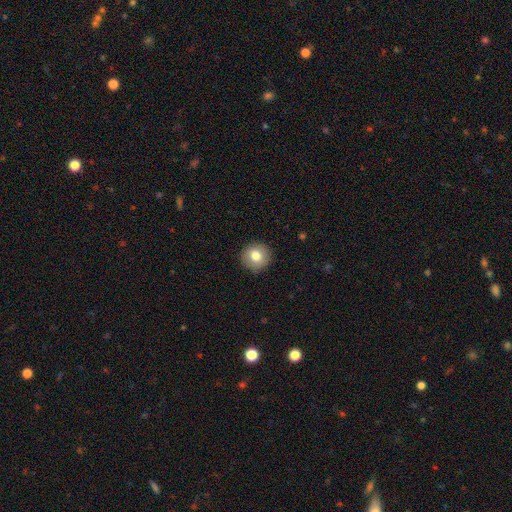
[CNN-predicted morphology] This is likely a smooth galaxy (78%). How rounded: clearly round (94%). Merging: clearly none (91%).